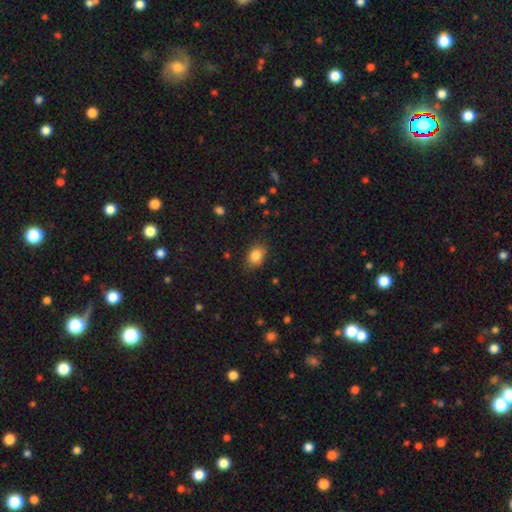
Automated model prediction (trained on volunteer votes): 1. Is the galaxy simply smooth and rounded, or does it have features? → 85% smooth, 9% star or artifact, 6% featured or disk.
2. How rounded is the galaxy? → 75% in between, 23% round, 1% cigar-shaped.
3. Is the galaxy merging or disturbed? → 82% none, 14% minor disturbance, 3% major disturbance, 1% merger.